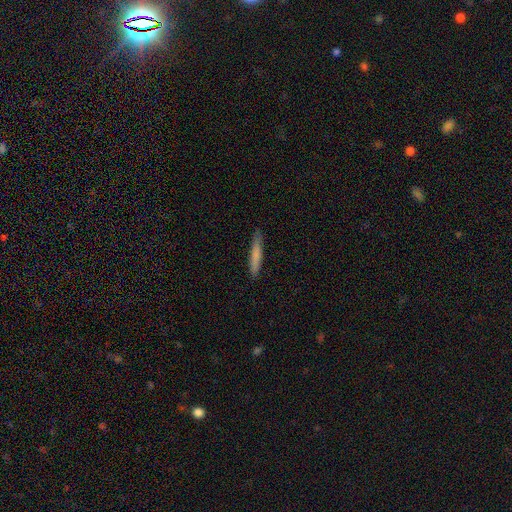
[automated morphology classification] The model was most divided on "smooth or featured": smooth: 76%, featured or disk: 18%, star or artifact: 6%. More confident: how rounded — cigar-shaped (94%); merging — none (88%).